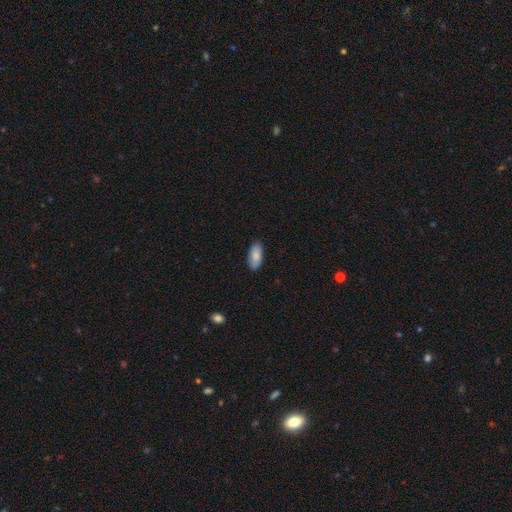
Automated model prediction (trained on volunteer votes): Morphology: type=smooth (83%); roundness=in between (90%); merging=none (88%).